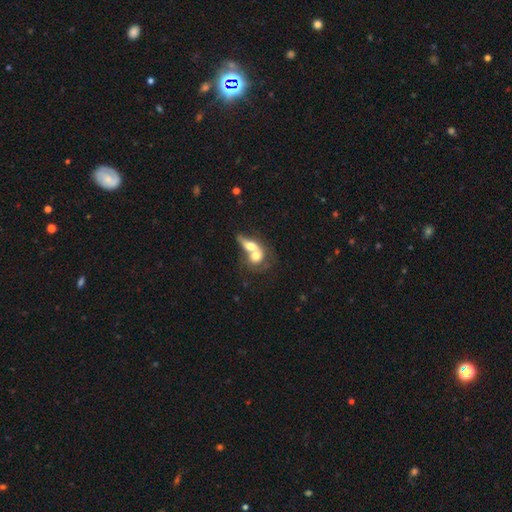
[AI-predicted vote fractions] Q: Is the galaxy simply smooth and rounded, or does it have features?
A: smooth — 60%.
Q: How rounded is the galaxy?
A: in between — 53%.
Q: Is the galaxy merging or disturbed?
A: merger — 79%.